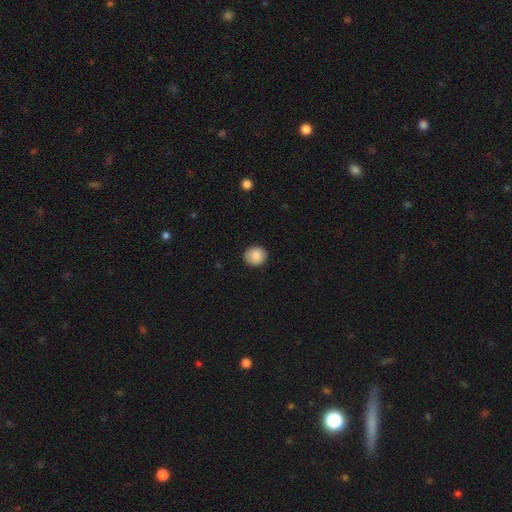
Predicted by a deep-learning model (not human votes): Smooth or featured? Predicted: smooth (p=0.88). How rounded? Predicted: round (p=0.77). Merging? Predicted: none (p=0.89).